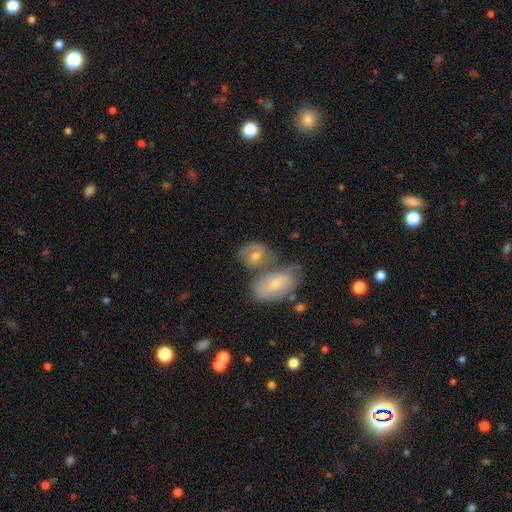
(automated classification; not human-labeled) A smooth galaxy with no disk features (55%) that is in between round and cigar-shaped (63%). Merging: merger (43%).